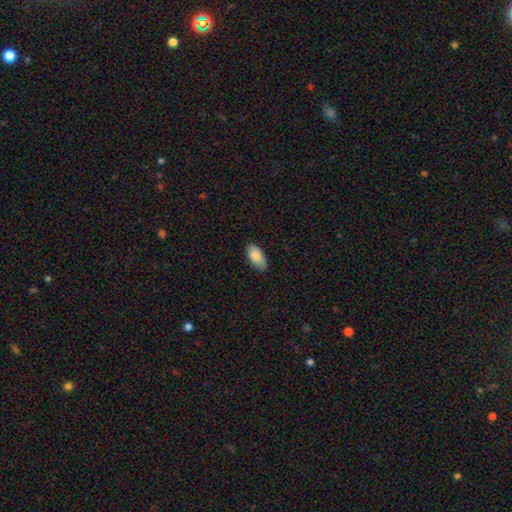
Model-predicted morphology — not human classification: Smooth or featured? Predicted: smooth (p=0.86). How rounded? Predicted: in between (p=0.94). Merging? Predicted: none (p=0.79).